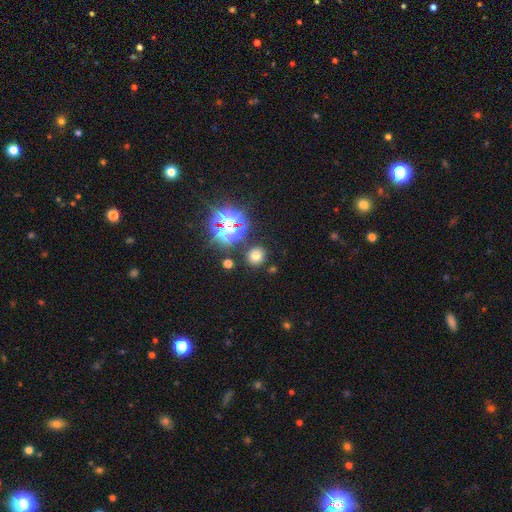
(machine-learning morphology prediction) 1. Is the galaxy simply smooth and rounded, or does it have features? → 65% smooth, 27% star or artifact, 8% featured or disk.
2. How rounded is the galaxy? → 83% round, 16% in between, 1% cigar-shaped.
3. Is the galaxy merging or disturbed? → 85% none, 8% minor disturbance, 4% merger, 3% major disturbance.